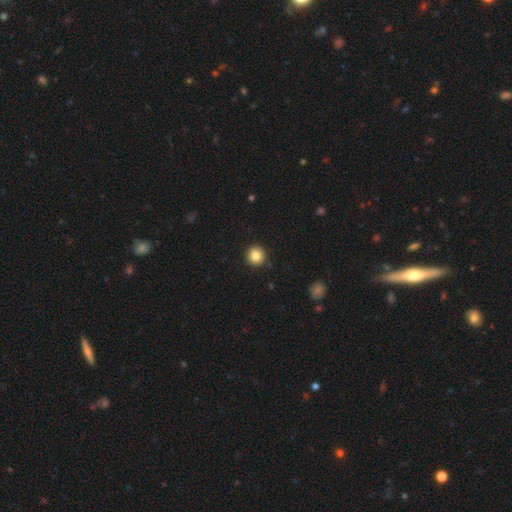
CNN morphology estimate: Smooth or featured: smooth — 86% (star or artifact — 10%)
How rounded: round — 94% (in between — 5%)
Merging: none — 92% (minor disturbance — 6%)